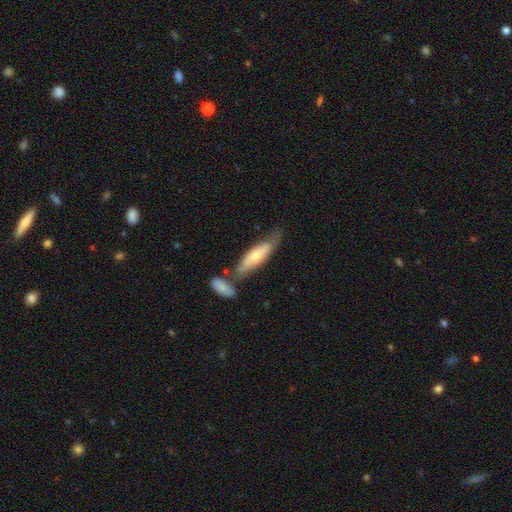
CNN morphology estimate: Smooth or featured?
  - smooth: 51% *
  - featured or disk: 44%
  - star or artifact: 5%
How rounded?
  - cigar-shaped: 59% *
  - in between: 40%
  - round: 2%
Merging?
  - none: 49% *
  - minor disturbance: 23%
  - merger: 20%
  - major disturbance: 8%